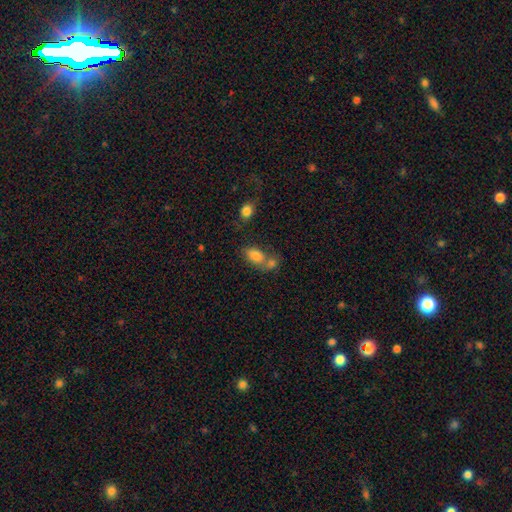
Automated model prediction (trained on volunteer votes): smooth 81%, featured or disk 10%, star or artifact 9%. Down the decision tree: how rounded — in between (86%); merging — merger (45%).